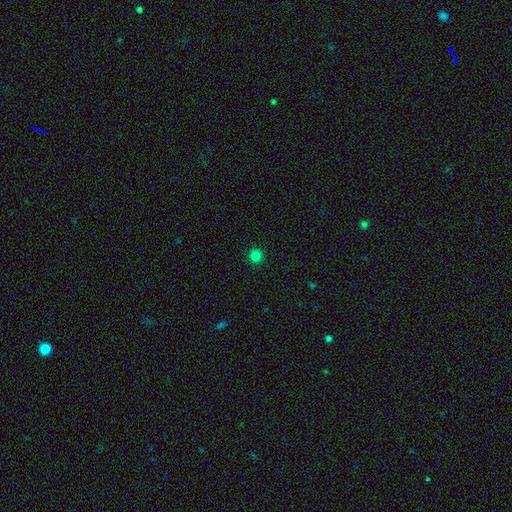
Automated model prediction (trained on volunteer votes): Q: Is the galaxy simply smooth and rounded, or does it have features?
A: smooth — 82%.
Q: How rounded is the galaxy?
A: round — 95%.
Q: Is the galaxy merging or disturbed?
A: none — 93%.